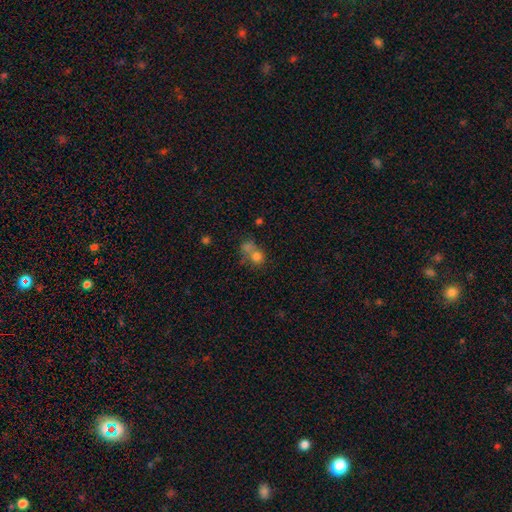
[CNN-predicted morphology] The model was most divided on "merging": merger: 51%, none: 34%, minor disturbance: 8%, major disturbance: 6%. More confident: how rounded — round (74%); smooth or featured — smooth (67%).